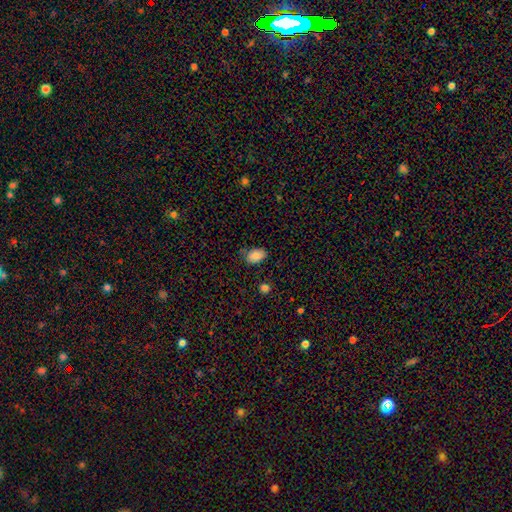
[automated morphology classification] Smooth or featured?
  - smooth: 85% *
  - star or artifact: 8%
  - featured or disk: 6%
How rounded?
  - in between: 86% *
  - round: 13%
  - cigar-shaped: 1%
Merging?
  - none: 69% *
  - minor disturbance: 24%
  - major disturbance: 4%
  - merger: 2%